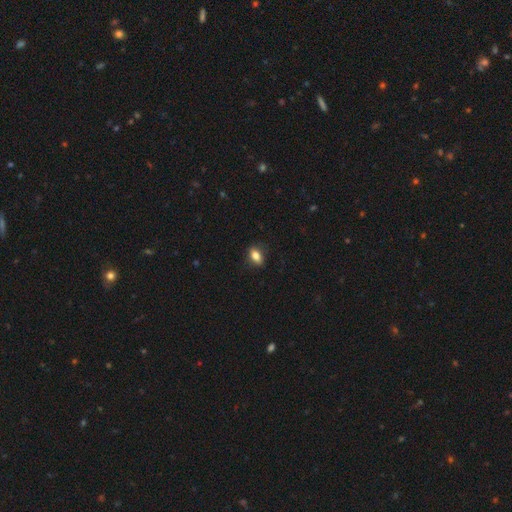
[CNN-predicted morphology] This appears to be a smooth galaxy with no disk features (82%) that is in between round and cigar-shaped (82%). Merging: none (82%).